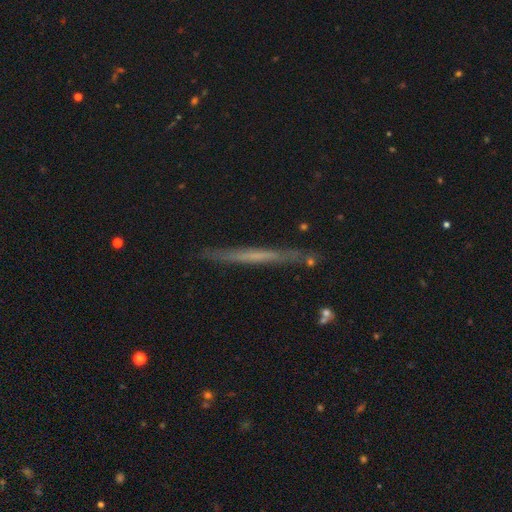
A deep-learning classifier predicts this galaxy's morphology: Overall: featured or disk (53%; smooth 39%). Edge-on disk: yes (96%). Edge-on bulge: none (87%). Merging: none (88%).